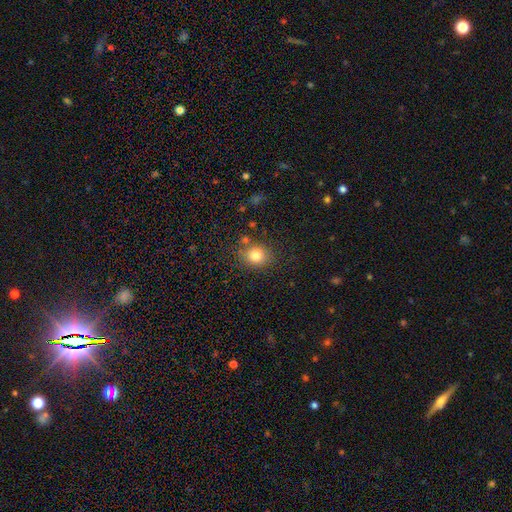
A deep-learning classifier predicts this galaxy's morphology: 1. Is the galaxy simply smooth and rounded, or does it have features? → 81% smooth, 11% star or artifact, 8% featured or disk.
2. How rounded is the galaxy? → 70% round, 29% in between, 1% cigar-shaped.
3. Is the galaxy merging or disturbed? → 78% none, 12% minor disturbance, 6% merger, 4% major disturbance.